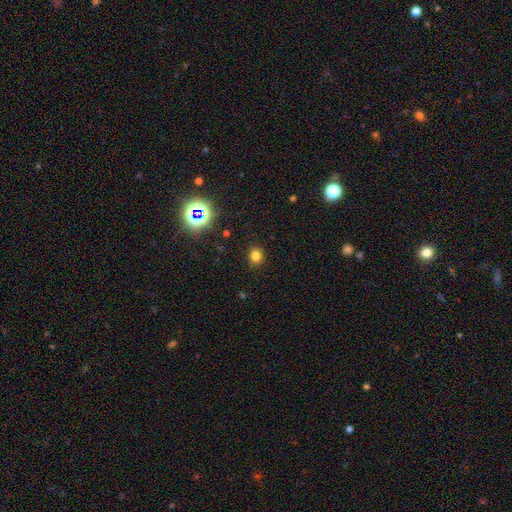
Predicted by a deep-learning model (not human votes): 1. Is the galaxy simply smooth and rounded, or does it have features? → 77% smooth, 18% star or artifact, 5% featured or disk.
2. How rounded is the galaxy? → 73% round, 26% in between, 1% cigar-shaped.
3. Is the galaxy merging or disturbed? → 90% none, 7% minor disturbance, 2% major disturbance, 1% merger.